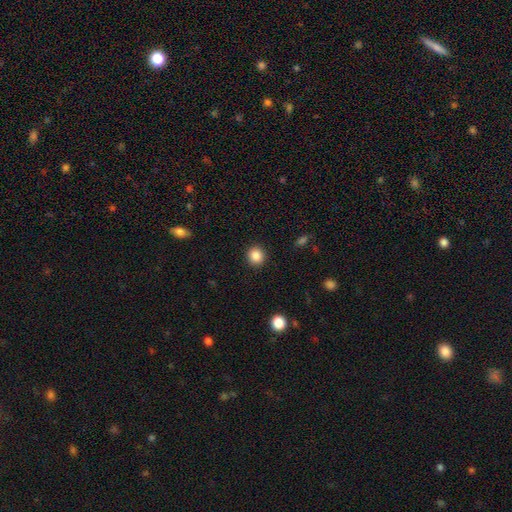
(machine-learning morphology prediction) type=smooth (87%); roundness=round (89%); merging=none (92%).